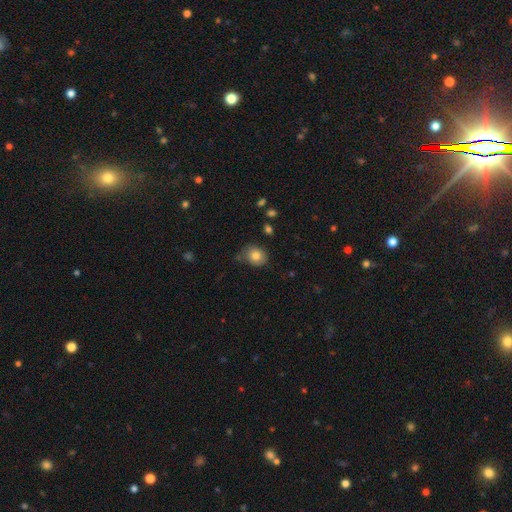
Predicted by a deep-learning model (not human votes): Q: Smooth or featured?
A: smooth (81%); runner-up: featured or disk (10%)
Q: How rounded?
A: round (63%); runner-up: in between (36%)
Q: Merging?
A: none (69%); runner-up: minor disturbance (22%)